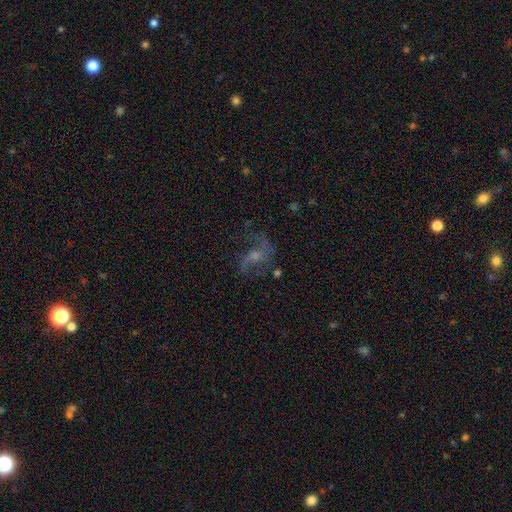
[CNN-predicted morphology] A featured or disk galaxy (69%) with no bar (60%), 2 (79%) loose (67%) spiral arms (83%) and a moderate central bulge (40%).

Vote fractions:
- Smooth or featured? featured or disk: 69% / smooth: 16% / star or artifact: 15%
- Edge-on disk? no: 96% / yes: 4%
- Bar? no: 60% / weak: 33% / strong: 7%
- Spiral arms? yes: 83% / no: 17%
- Spiral winding? loose: 67% / medium: 28% / tight: 5%
- Spiral arm count? 2: 79% / can't tell: 7% / 1: 7% / 3: 3% / 4: 2% / more than 4: 2%
- Bulge size? moderate: 40% / small: 36% / none: 16% / large: 7% / dominant: 2%
- Merging? none: 55% / major disturbance: 24% / minor disturbance: 18% / merger: 4%